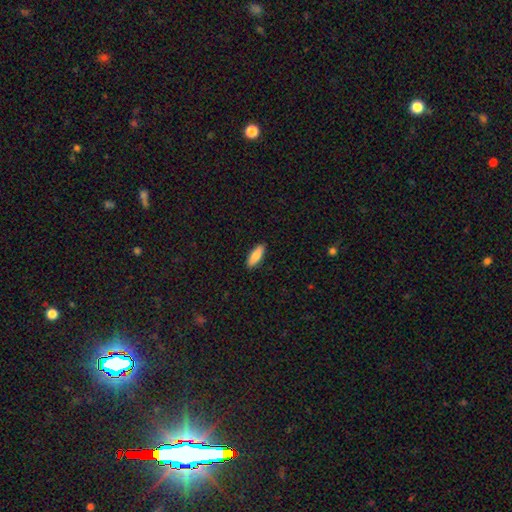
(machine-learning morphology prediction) type=smooth (85%); roundness=in between (60%); merging=none (90%).